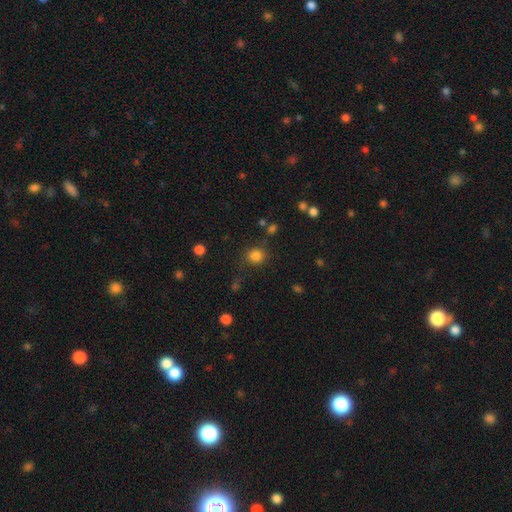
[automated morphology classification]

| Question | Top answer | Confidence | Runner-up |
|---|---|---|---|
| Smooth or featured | smooth | 83% | star or artifact (12%) |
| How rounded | round | 84% | in between (15%) |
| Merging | none | 79% | minor disturbance (12%) |